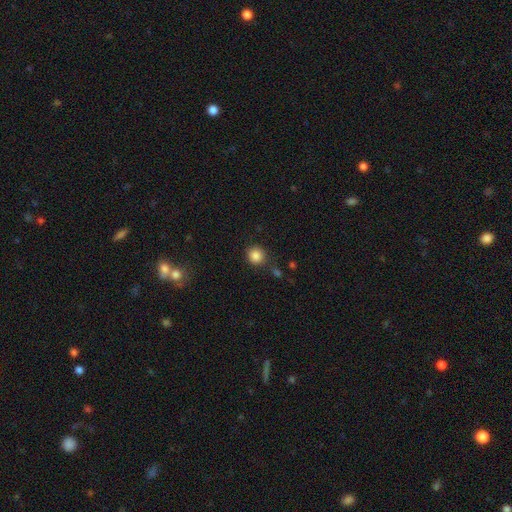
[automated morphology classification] smooth 85%, star or artifact 11%, featured or disk 4%. Down the decision tree: how rounded — round (90%); merging — none (83%).